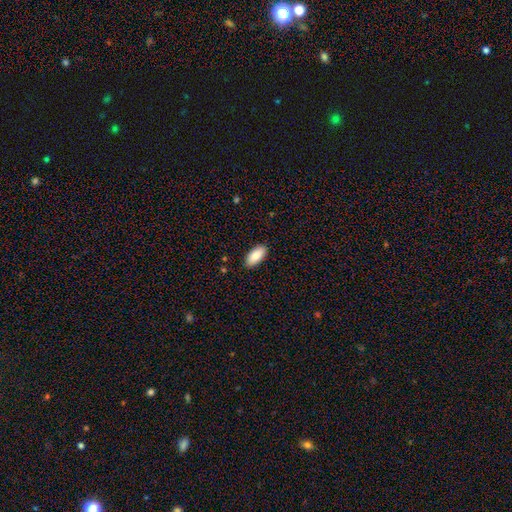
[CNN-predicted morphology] smooth-or-featured: smooth: 86% | featured or disk: 8% | star or artifact: 6%
  how-rounded: in between: 90% | cigar-shaped: 8% | round: 2%
  merging: none: 89% | minor disturbance: 8% | major disturbance: 2% | merger: 1%